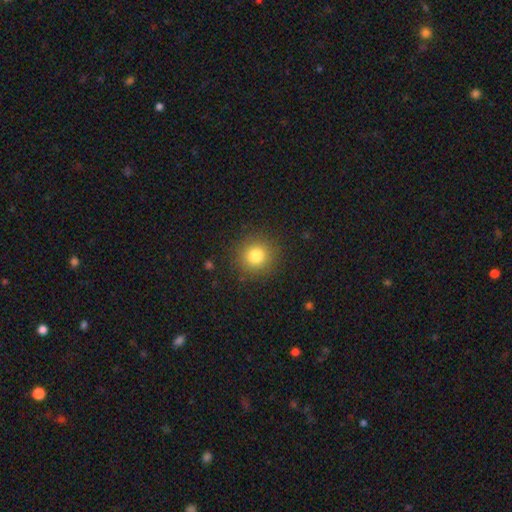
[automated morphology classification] Smooth or featured? Predicted: smooth (p=0.80). How rounded? Predicted: round (p=0.93). Merging? Predicted: none (p=0.90).